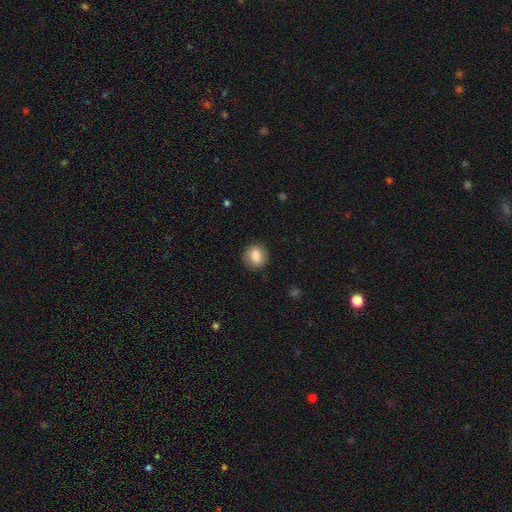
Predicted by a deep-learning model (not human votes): A smooth galaxy with no disk features (80%) that is round (75%).

Vote fractions:
- Smooth or featured? smooth: 80% / featured or disk: 12% / star or artifact: 8%
- How rounded? round: 75% / in between: 24% / cigar-shaped: 1%
- Merging? none: 86% / minor disturbance: 10% / major disturbance: 3% / merger: 1%